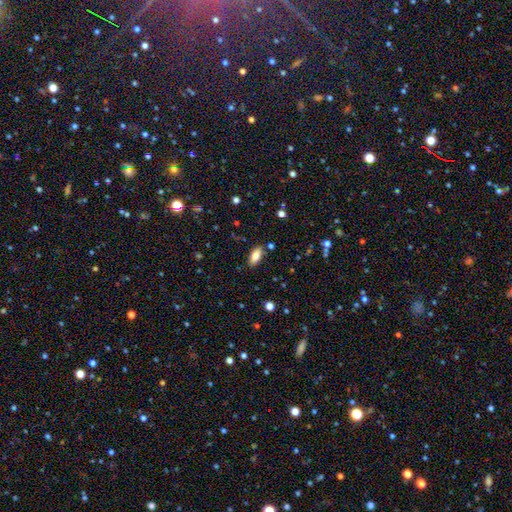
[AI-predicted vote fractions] Q: Smooth or featured?
A: smooth (80%); runner-up: featured or disk (12%)
Q: How rounded?
A: in between (87%); runner-up: cigar-shaped (11%)
Q: Merging?
A: none (84%); runner-up: minor disturbance (11%)